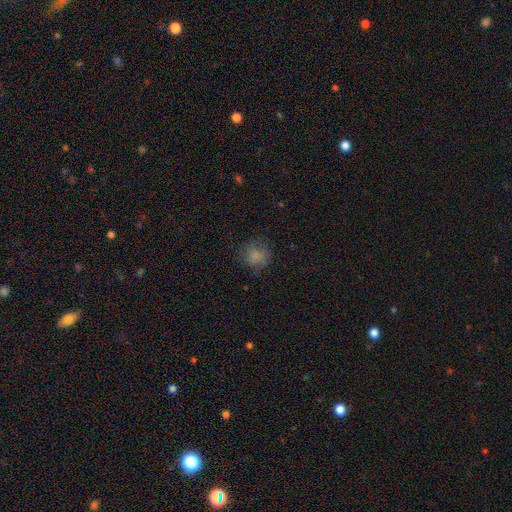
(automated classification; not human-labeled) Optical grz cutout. It shows a smooth galaxy with no disk features (79%) that is round (85%). Merging: none (71%).